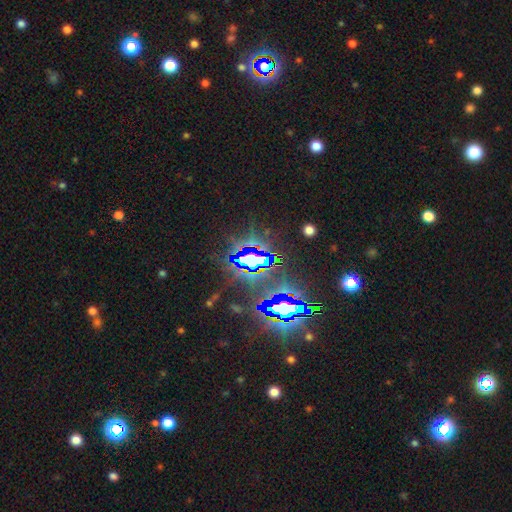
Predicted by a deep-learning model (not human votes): Morphology: type=star or artifact (82%).